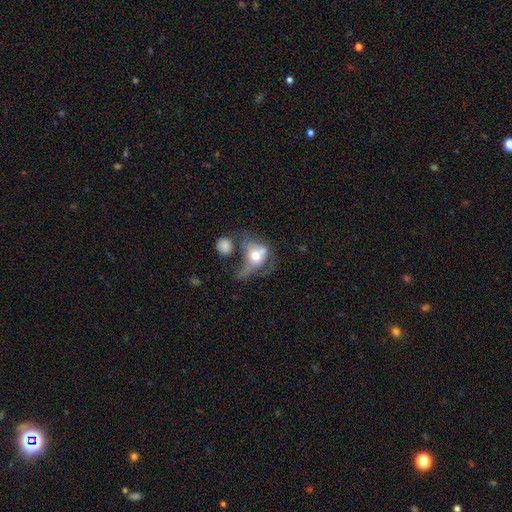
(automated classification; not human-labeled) Overall: smooth (56%; featured or disk 35%). How rounded: in between (54%; round 44%). Merging: major disturbance (38%; merger 33%).